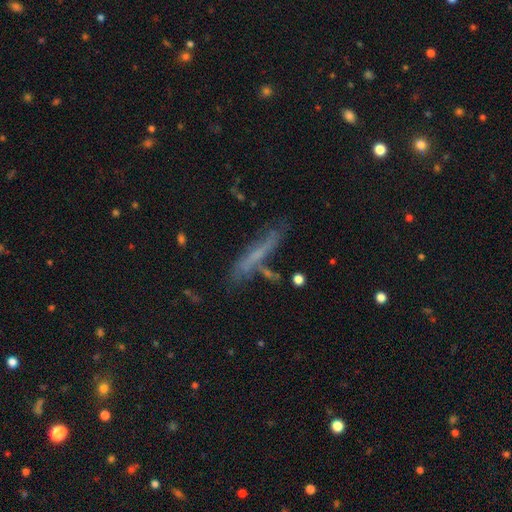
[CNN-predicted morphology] This appears to be a featured or disk galaxy (45%). Merging: none (66%).